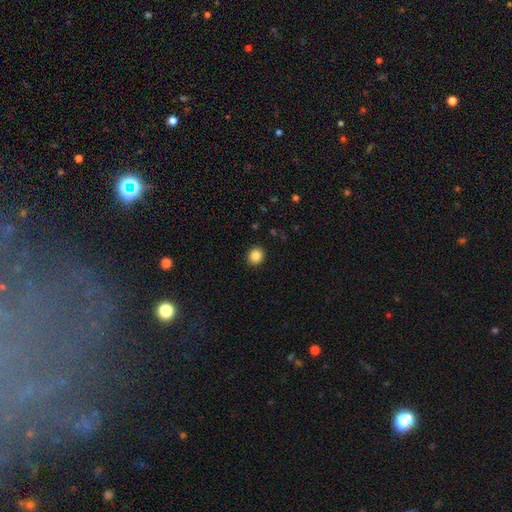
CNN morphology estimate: Smooth or featured? Predicted: smooth (p=0.86). How rounded? Predicted: round (p=0.83). Merging? Predicted: none (p=0.92).